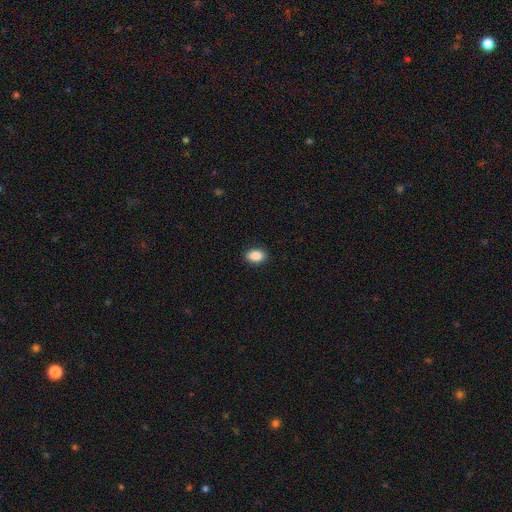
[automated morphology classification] Q: Smooth or featured?
A: smooth (89%); runner-up: star or artifact (8%)
Q: How rounded?
A: in between (88%); runner-up: round (10%)
Q: Merging?
A: none (90%); runner-up: minor disturbance (8%)